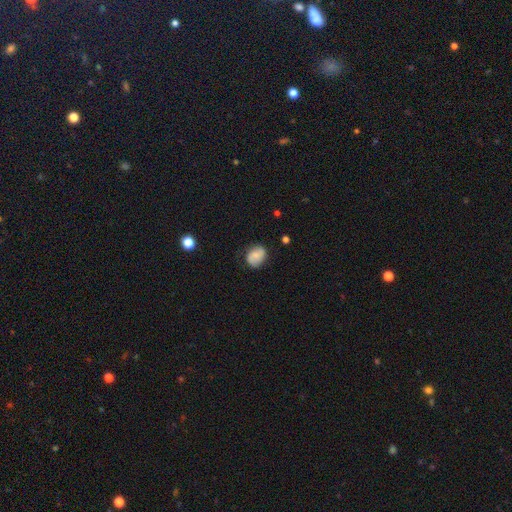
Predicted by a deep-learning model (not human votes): Smooth or featured: smooth — 59% (featured or disk — 32%)
How rounded: in between — 52% (round — 47%)
Merging: none — 73% (minor disturbance — 21%)